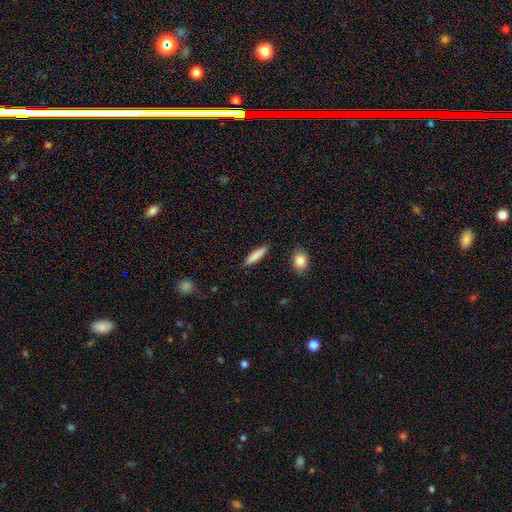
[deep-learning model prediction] Smooth or featured: smooth — 84% (featured or disk — 10%)
How rounded: cigar-shaped — 79% (in between — 19%)
Merging: none — 88% (minor disturbance — 8%)